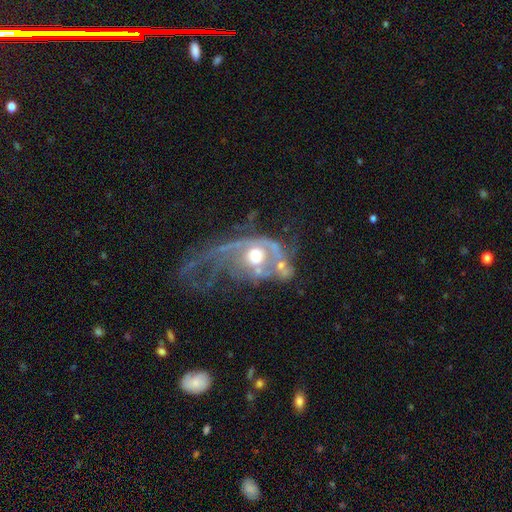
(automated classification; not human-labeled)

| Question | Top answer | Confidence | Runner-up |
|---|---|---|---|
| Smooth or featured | featured or disk | 76% | smooth (16%) |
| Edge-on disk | no | 95% | yes (5%) |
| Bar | no | 82% | weak (14%) |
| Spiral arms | yes | 61% | no (39%) |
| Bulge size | moderate | 57% | large (32%) |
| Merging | major disturbance | 52% | none (17%) |